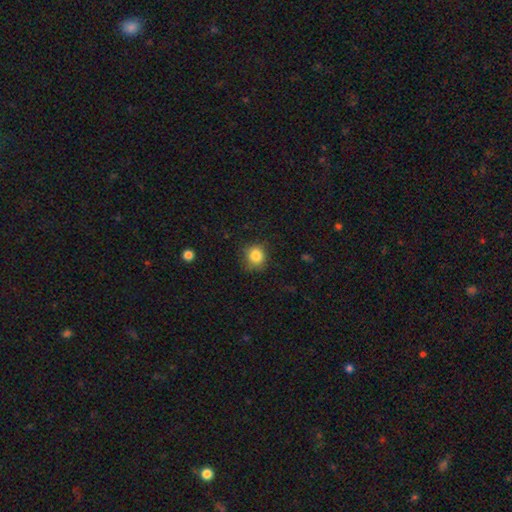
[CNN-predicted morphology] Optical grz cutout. It shows a smooth galaxy with no disk features (83%) that is round (86%). Merging: none (77%).